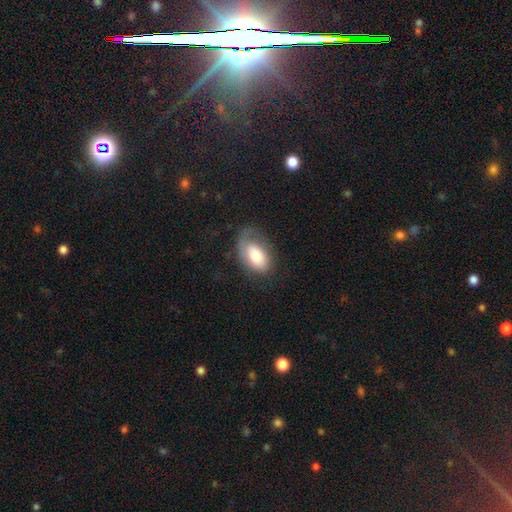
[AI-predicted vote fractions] Q: Smooth or featured?
A: smooth (67%); runner-up: featured or disk (27%)
Q: How rounded?
A: in between (93%); runner-up: round (6%)
Q: Merging?
A: none (50%); runner-up: minor disturbance (27%)